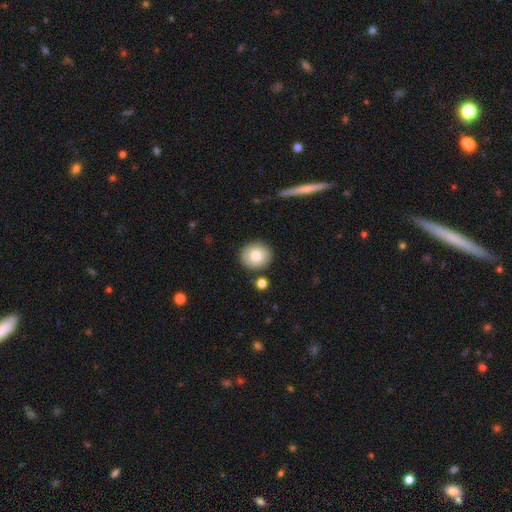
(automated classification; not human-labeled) smooth-or-featured: smooth: 79% | featured or disk: 13% | star or artifact: 8%
  how-rounded: round: 85% | in between: 14% | cigar-shaped: 1%
  merging: none: 86% | minor disturbance: 8% | merger: 4% | major disturbance: 2%